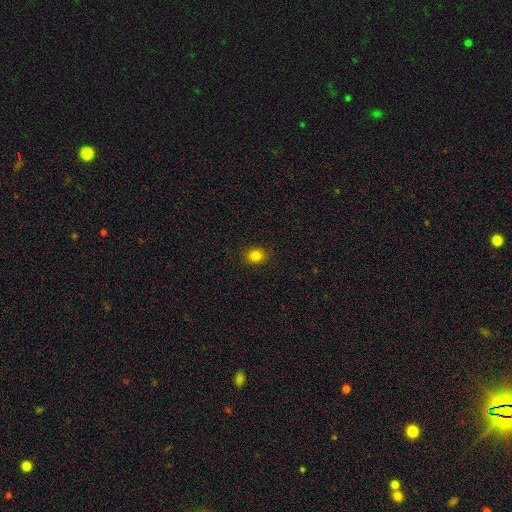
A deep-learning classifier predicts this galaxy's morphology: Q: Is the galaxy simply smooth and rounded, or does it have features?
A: smooth — 82%.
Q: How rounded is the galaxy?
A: round — 60%.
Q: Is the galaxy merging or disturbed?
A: none — 90%.